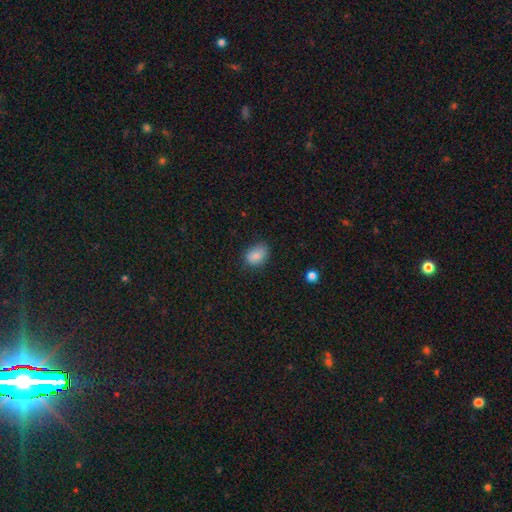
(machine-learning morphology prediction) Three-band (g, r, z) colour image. It shows a smooth galaxy with no disk features (83%) that is in between round and cigar-shaped (73%). Merging: none (68%).